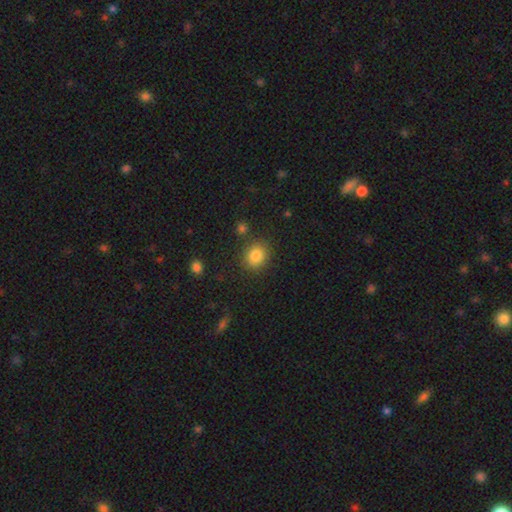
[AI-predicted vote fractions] Morphology: type=smooth (85%); roundness=round (71%); merging=none (82%).